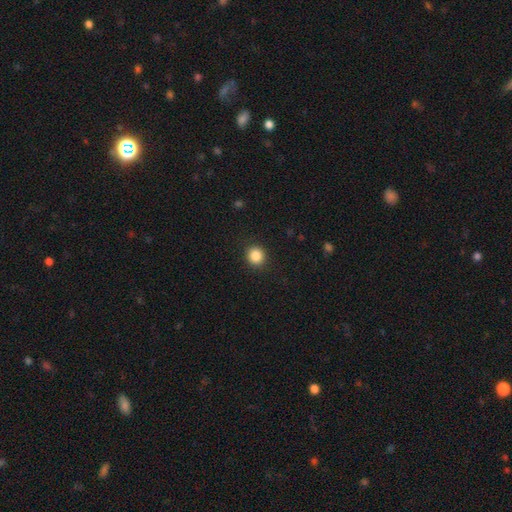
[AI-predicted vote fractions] Morphology: type=smooth (86%); roundness=round (89%); merging=none (91%).